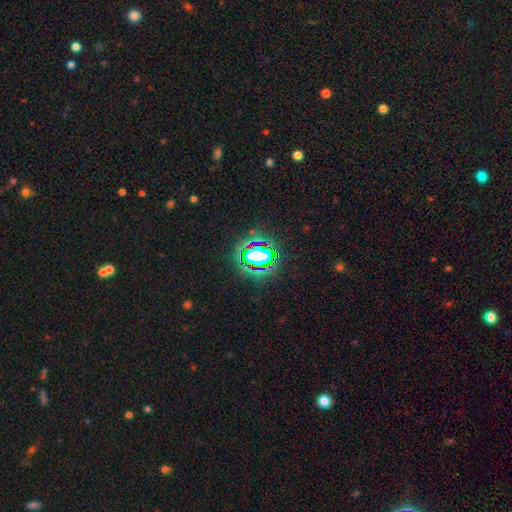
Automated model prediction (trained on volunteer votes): Overall: star or artifact (68%).